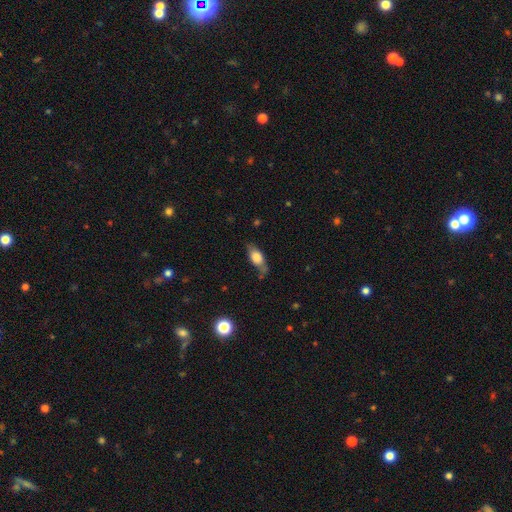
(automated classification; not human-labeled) Smooth or featured? smooth (70%)
How rounded? in between (79%)
Merging? none (58%)